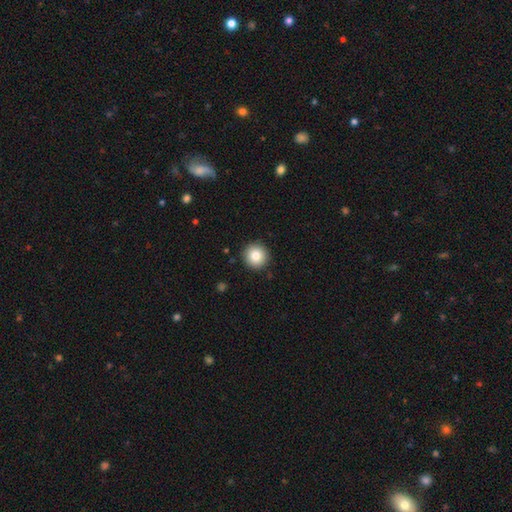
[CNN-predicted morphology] Overall: smooth (81%). How rounded: round (95%). Merging: none (92%).